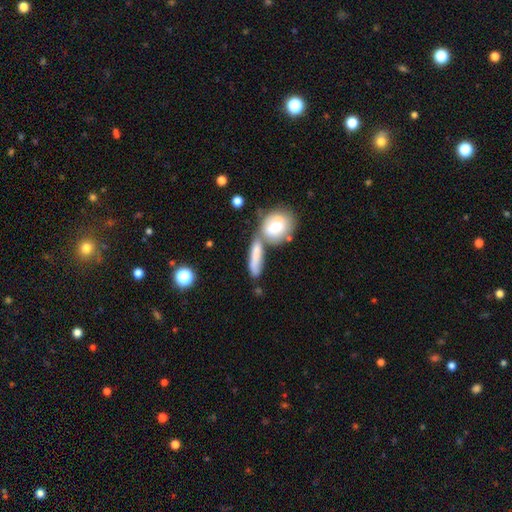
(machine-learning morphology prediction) This appears to be a smooth galaxy with no disk features (73%) that is cigar-shaped (54%). Merging: none (44%).